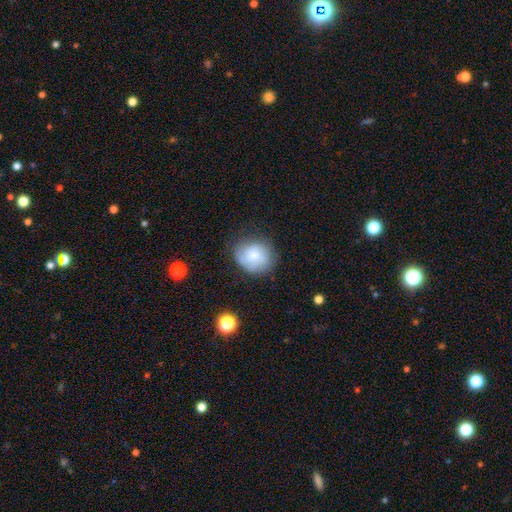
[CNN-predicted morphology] A smooth galaxy with no disk features (61%) that is round (73%).

Vote fractions:
- Smooth or featured? smooth: 61% / featured or disk: 31% / star or artifact: 8%
- How rounded? round: 73% / in between: 26% / cigar-shaped: 1%
- Merging? none: 69% / minor disturbance: 22% / major disturbance: 8% / merger: 2%